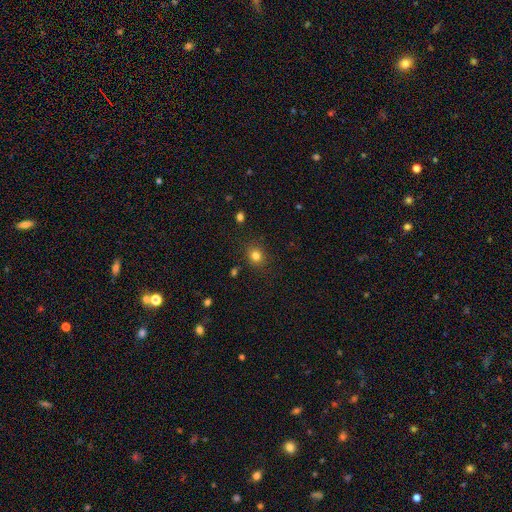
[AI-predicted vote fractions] Overall: smooth (82%). How rounded: round (73%). Merging: none (85%).